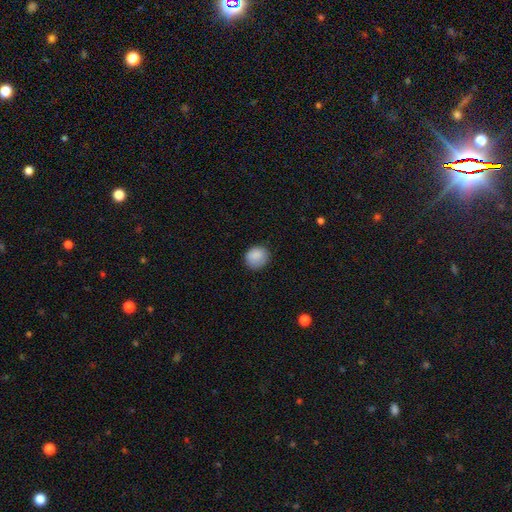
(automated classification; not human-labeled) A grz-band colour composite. It shows a smooth galaxy with no disk features (87%) that is round (78%). Merging: none (82%).